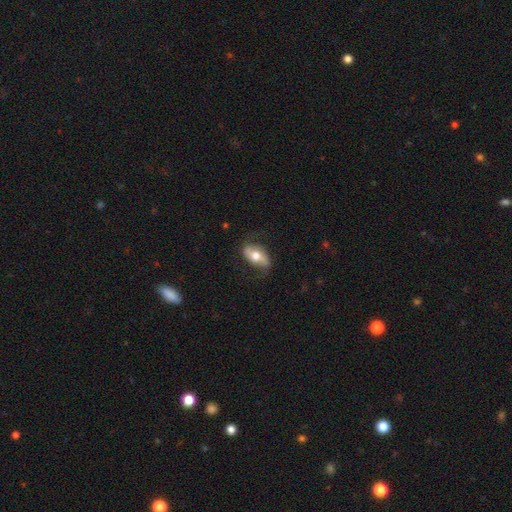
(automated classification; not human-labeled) A featured or disk galaxy (49%). Merging: none (72%).